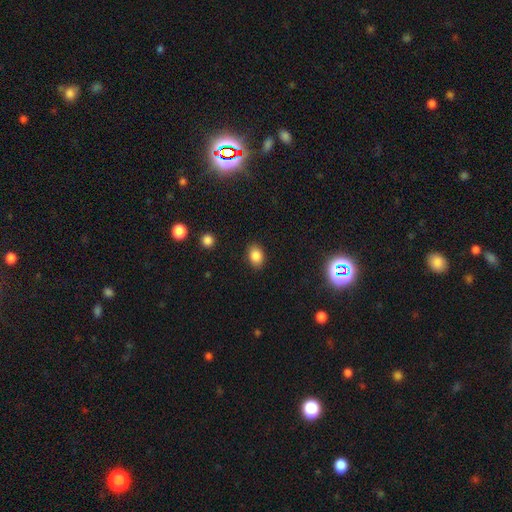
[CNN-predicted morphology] Smooth or featured? smooth (85%)
How rounded? in between (71%)
Merging? none (87%)